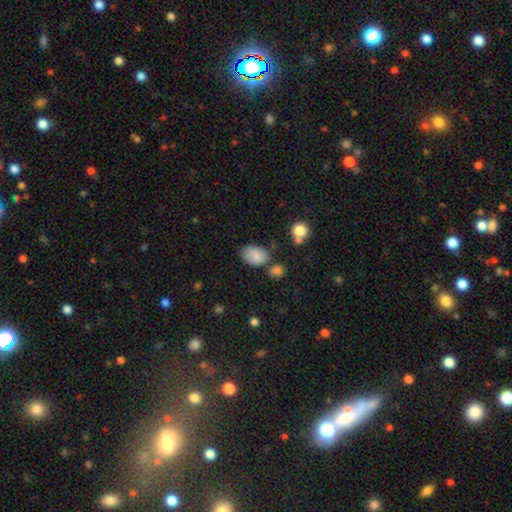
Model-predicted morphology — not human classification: smooth-or-featured: smooth: 82% | star or artifact: 9% | featured or disk: 9%
  how-rounded: in between: 86% | round: 13% | cigar-shaped: 1%
  merging: none: 64% | minor disturbance: 21% | merger: 9% | major disturbance: 6%